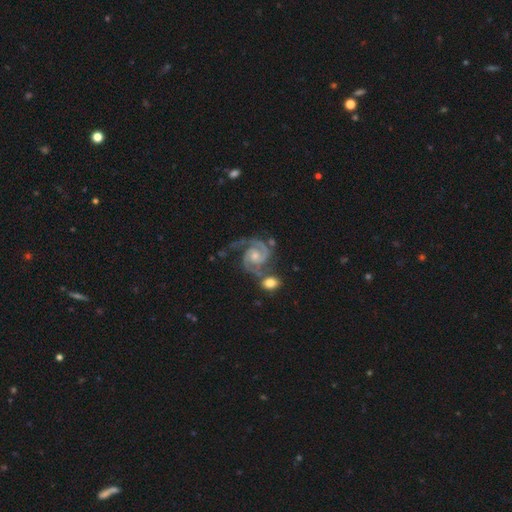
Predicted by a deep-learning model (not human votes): Smooth or featured?
  - featured or disk: 93% *
  - star or artifact: 4%
  - smooth: 3%
Edge-on disk?
  - no: 98% *
  - yes: 2%
Bar?
  - no: 67% *
  - weak: 26%
  - strong: 7%
Spiral arms?
  - yes: 99% *
  - no: 1%
Spiral winding?
  - tight: 47% *
  - medium: 46%
  - loose: 7%
Spiral arm count?
  - 2: 90% *
  - 3: 4%
  - can't tell: 2%
  - 1: 1%
  - 4: 1%
  - more than 4: 1%
Bulge size?
  - small: 52% *
  - moderate: 41%
  - none: 3%
  - large: 2%
  - dominant: 1%
Merging?
  - none: 53% *
  - merger: 19%
  - minor disturbance: 18%
  - major disturbance: 9%